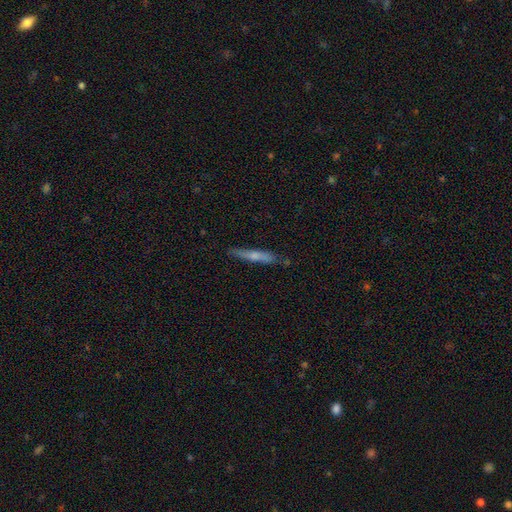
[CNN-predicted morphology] Smooth or featured: smooth — 54% (featured or disk — 39%)
How rounded: cigar-shaped — 92% (in between — 6%)
Merging: none — 80% (minor disturbance — 15%)